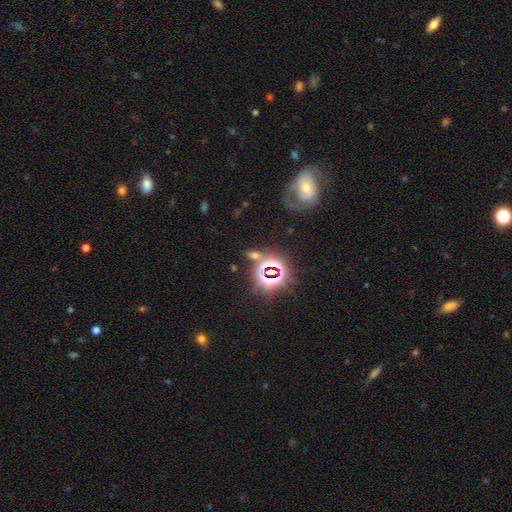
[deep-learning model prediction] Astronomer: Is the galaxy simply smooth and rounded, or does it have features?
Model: star or artifact — 70%.